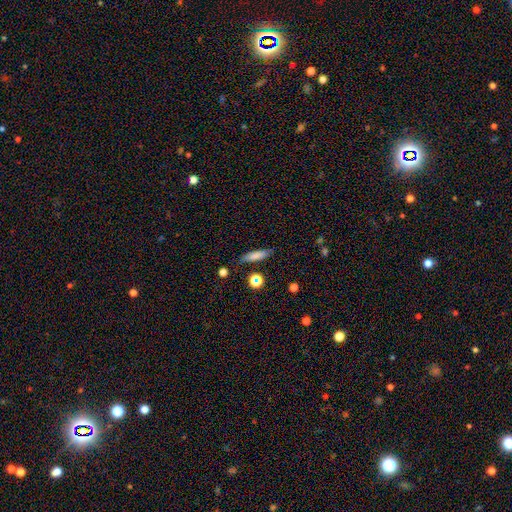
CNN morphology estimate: Smooth or featured? smooth (76%)
How rounded? cigar-shaped (71%)
Merging? none (80%)